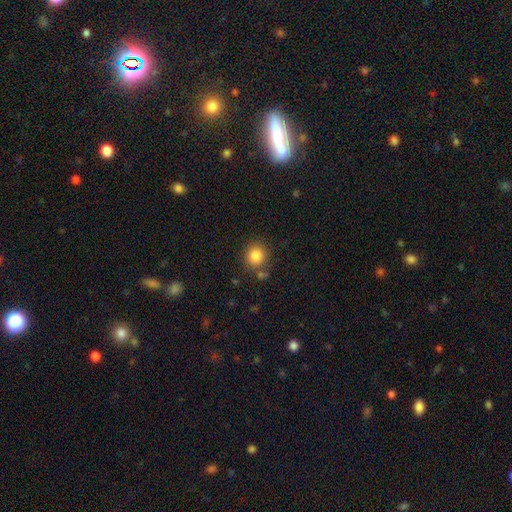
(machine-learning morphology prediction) This appears to be a smooth galaxy with no disk features (84%) that is round (86%). Merging: none (77%).